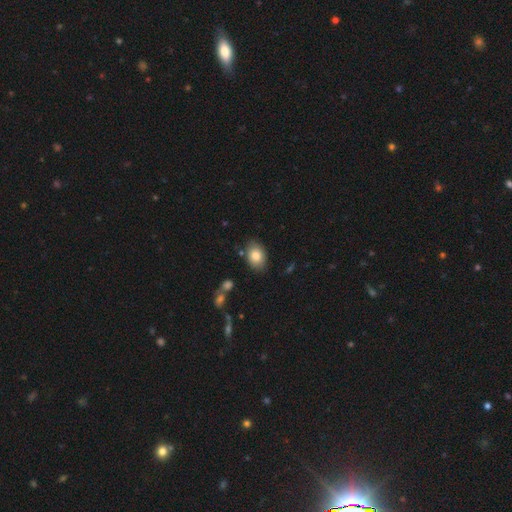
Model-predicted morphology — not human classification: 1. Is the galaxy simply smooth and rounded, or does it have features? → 81% smooth, 10% featured or disk, 8% star or artifact.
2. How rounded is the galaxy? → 79% in between, 20% round, 1% cigar-shaped.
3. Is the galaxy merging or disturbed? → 82% none, 13% minor disturbance, 3% major disturbance, 3% merger.